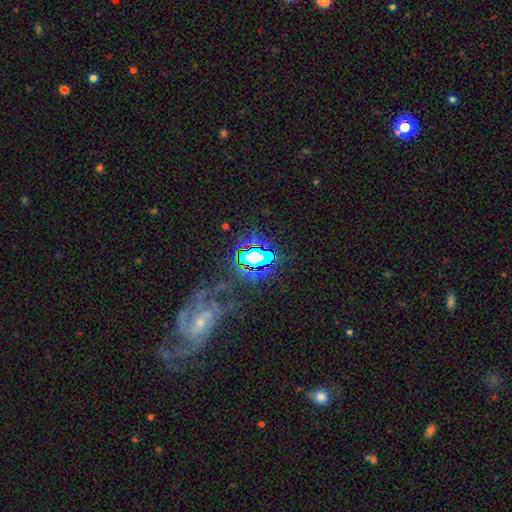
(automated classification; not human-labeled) smooth-or-featured: featured or disk: 52% | star or artifact: 34% | smooth: 14%
  disk-edge-on: no: 92% | yes: 8%
  merging: none: 70% | minor disturbance: 14% | major disturbance: 10% | merger: 6%